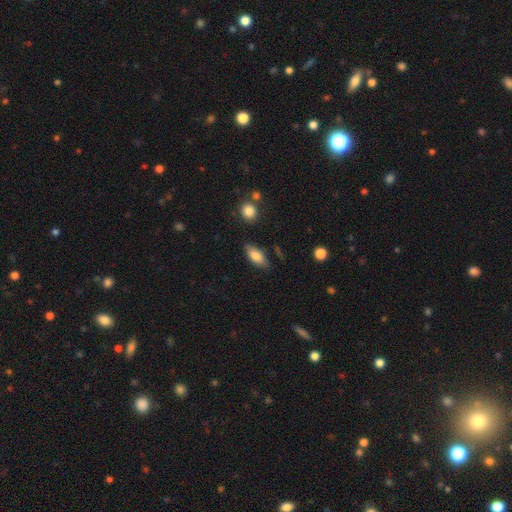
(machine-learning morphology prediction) Q: Smooth or featured?
A: smooth (79%); runner-up: featured or disk (15%)
Q: How rounded?
A: in between (82%); runner-up: cigar-shaped (15%)
Q: Merging?
A: none (81%); runner-up: minor disturbance (14%)